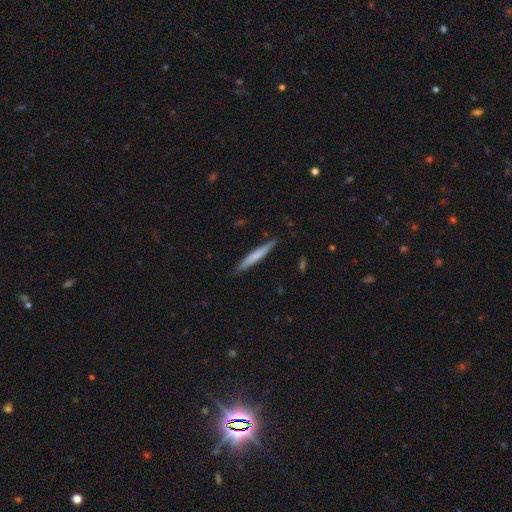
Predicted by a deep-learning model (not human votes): This appears to be a smooth galaxy with no disk features (64%) that is cigar-shaped (96%). Merging: none (88%).